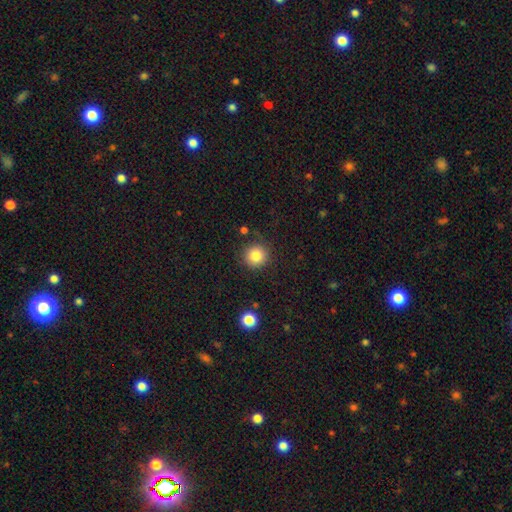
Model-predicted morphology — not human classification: This is clearly a smooth galaxy (84%). How rounded: clearly round (93%). Merging: clearly none (86%).